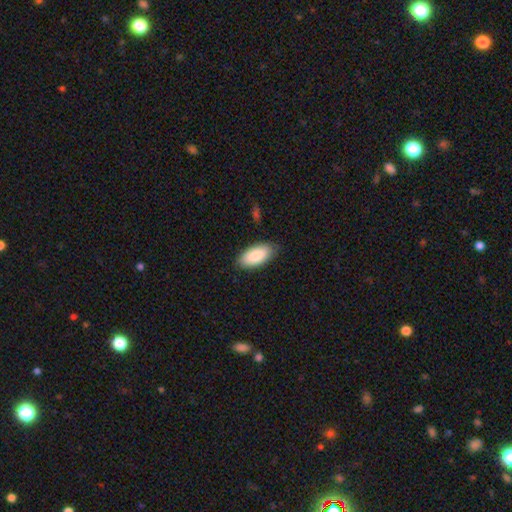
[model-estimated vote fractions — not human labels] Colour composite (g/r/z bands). It shows a smooth galaxy with no disk features (87%) that is in between round and cigar-shaped (92%). Merging: none (83%).